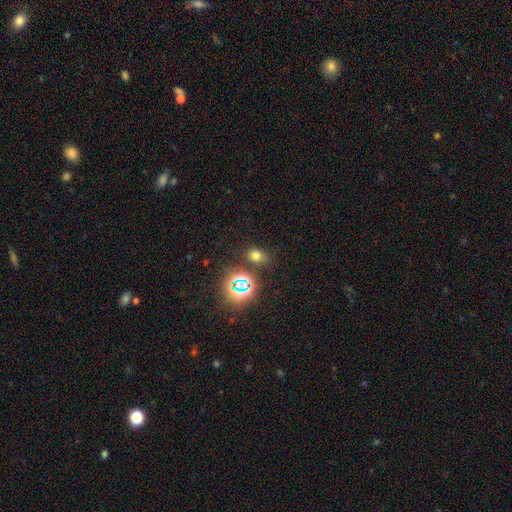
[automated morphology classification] This is likely a smooth galaxy (65%). How rounded: possibly in between (55%). Merging: likely none (79%).